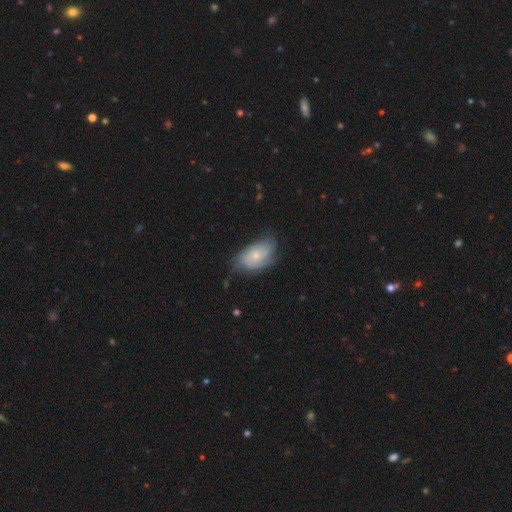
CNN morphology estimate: Q: Smooth or featured?
A: featured or disk (48%); runner-up: smooth (45%)
Q: Merging?
A: none (56%); runner-up: minor disturbance (32%)